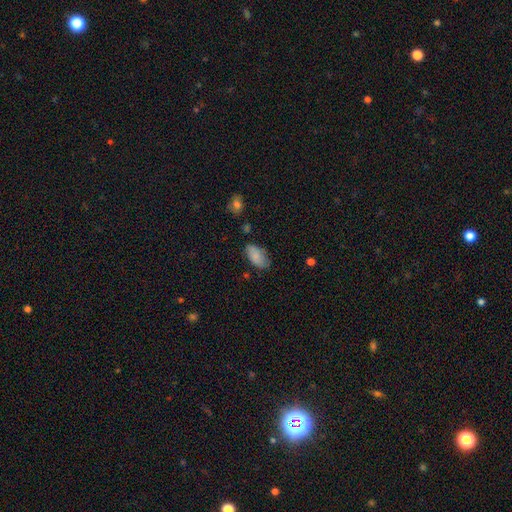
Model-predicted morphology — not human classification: This is clearly a smooth galaxy (83%). How rounded: clearly in between (94%). Merging: likely none (69%).